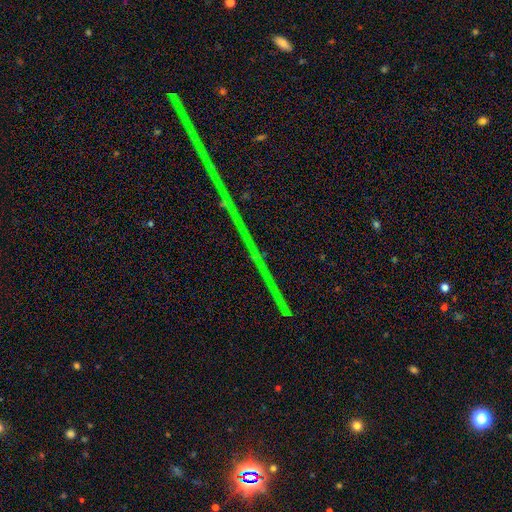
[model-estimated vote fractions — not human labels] Smooth or featured? star or artifact (86%)